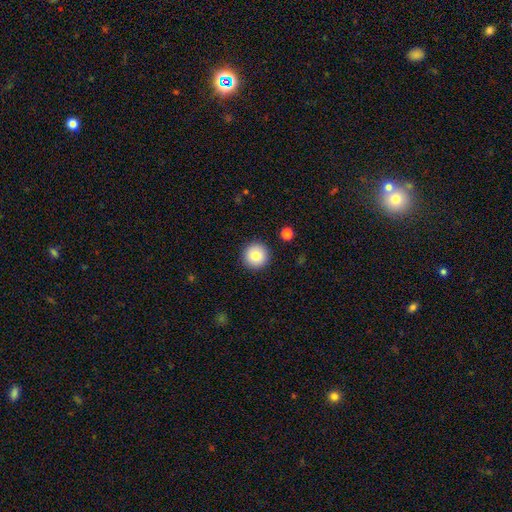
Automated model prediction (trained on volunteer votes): This appears to be a smooth galaxy with no disk features (82%) that is round (96%). Merging: none (92%).